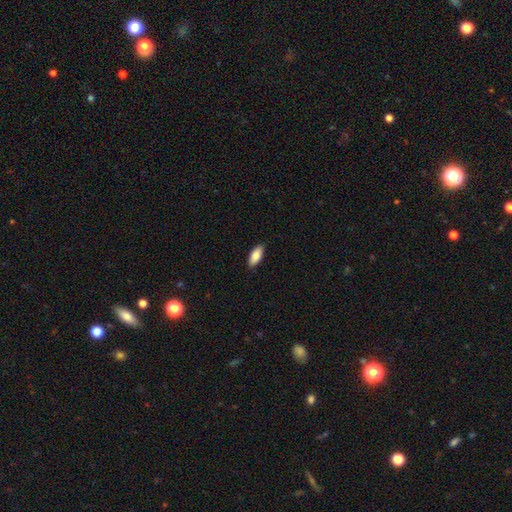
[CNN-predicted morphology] smooth_or_featured: smooth (p=0.84) [alt: featured or disk p=0.10]
how_rounded: in between (p=0.85) [alt: cigar-shaped p=0.13]
merging: none (p=0.89) [alt: minor disturbance p=0.09]